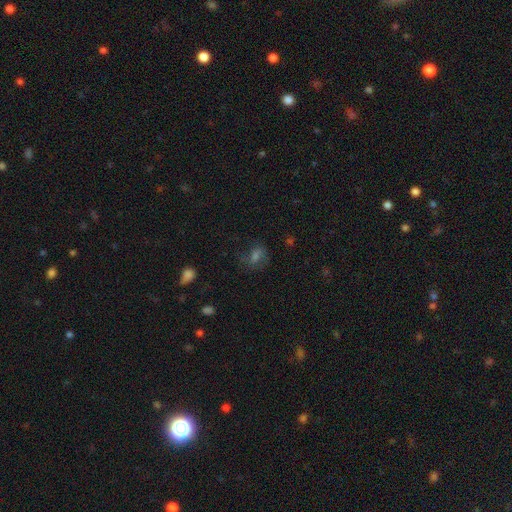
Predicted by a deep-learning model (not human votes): This appears to be a smooth galaxy with no disk features (45%). Merging: none (63%).